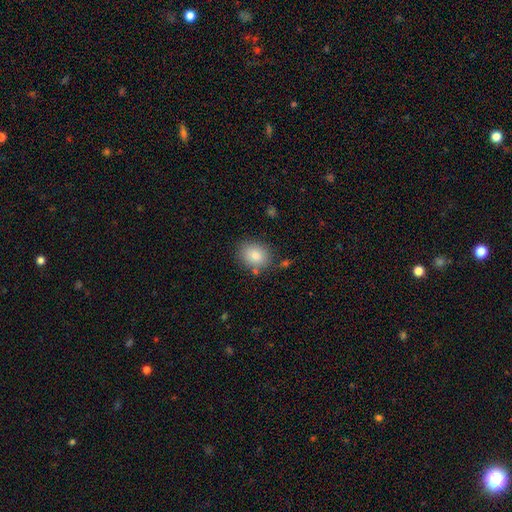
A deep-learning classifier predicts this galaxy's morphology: A smooth galaxy with no disk features (83%) that is round (56%). Merging: none (80%).